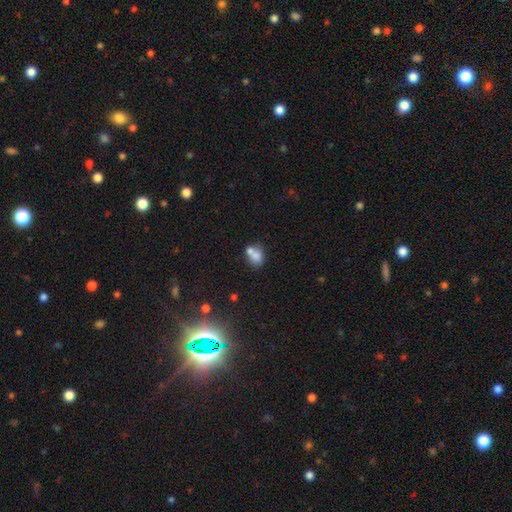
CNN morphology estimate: Smooth or featured? smooth (75%)
How rounded? in between (56%)
Merging? merger (50%)